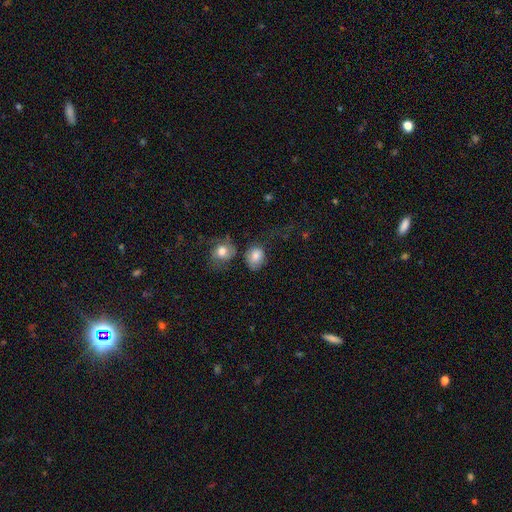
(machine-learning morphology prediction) Smooth or featured? smooth (79%)
How rounded? in between (50%)
Merging? none (44%)